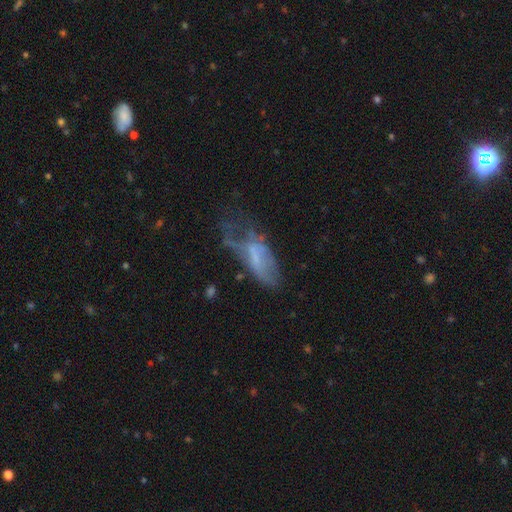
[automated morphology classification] Smooth or featured? Predicted: featured or disk (p=0.45). Merging? Predicted: major disturbance (p=0.43).